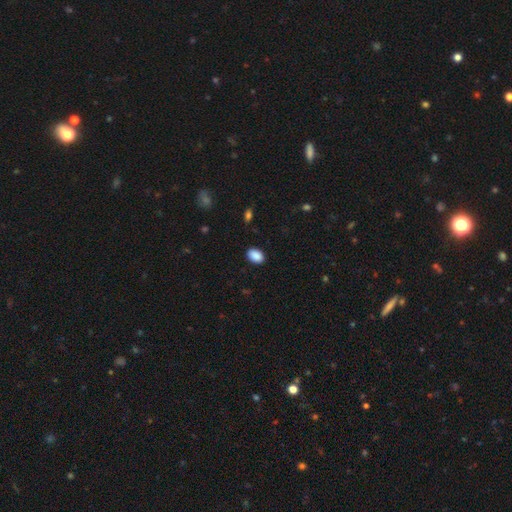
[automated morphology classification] Smooth or featured: smooth — 90% (star or artifact — 7%)
How rounded: in between — 86% (round — 13%)
Merging: none — 89% (minor disturbance — 8%)